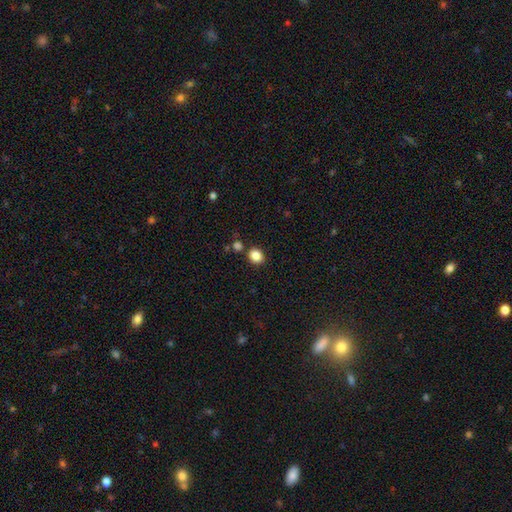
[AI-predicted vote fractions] Smooth or featured? Predicted: smooth (p=0.86). How rounded? Predicted: round (p=0.68). Merging? Predicted: none (p=0.83).